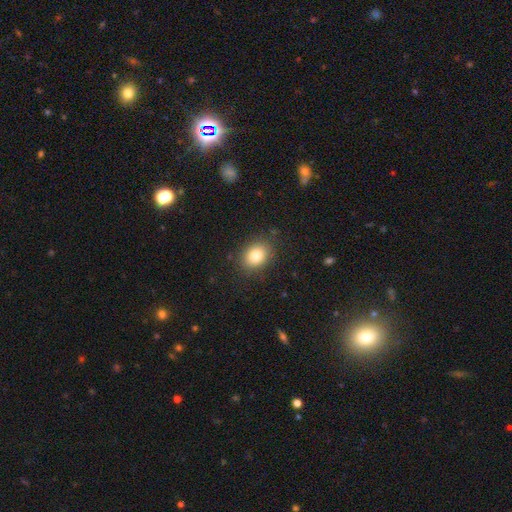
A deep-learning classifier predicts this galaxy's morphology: A smooth galaxy with no disk features (81%) that is in between round and cigar-shaped (53%). Merging: none (86%).